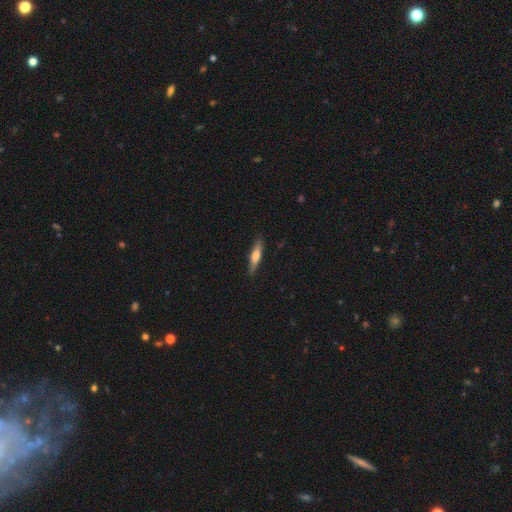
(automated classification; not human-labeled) Morphology: type=smooth (54%); roundness=cigar-shaped (80%); merging=none (86%).